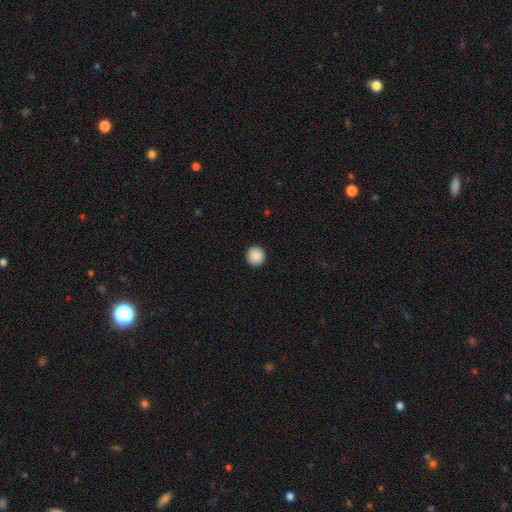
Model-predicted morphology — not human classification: Smooth or featured? smooth (89%)
How rounded? round (93%)
Merging? none (93%)